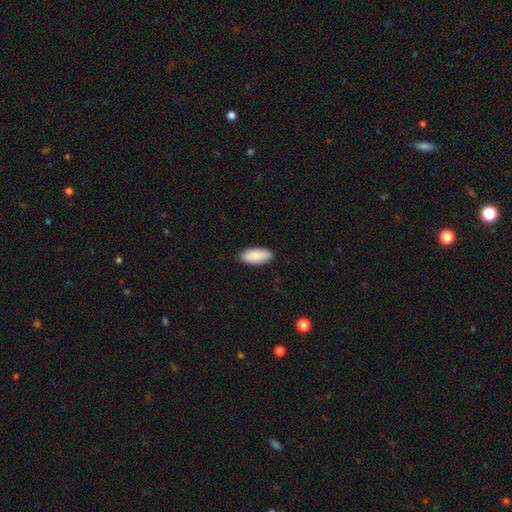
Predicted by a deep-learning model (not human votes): This is clearly a smooth galaxy (90%). How rounded: clearly in between (90%). Merging: clearly none (88%).